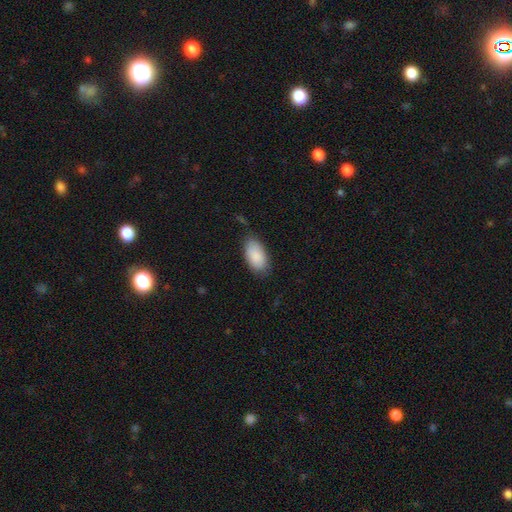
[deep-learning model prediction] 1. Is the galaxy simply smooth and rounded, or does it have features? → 88% smooth, 6% featured or disk, 6% star or artifact.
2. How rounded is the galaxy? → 94% in between, 3% round, 3% cigar-shaped.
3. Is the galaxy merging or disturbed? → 75% none, 20% minor disturbance, 4% major disturbance, 2% merger.